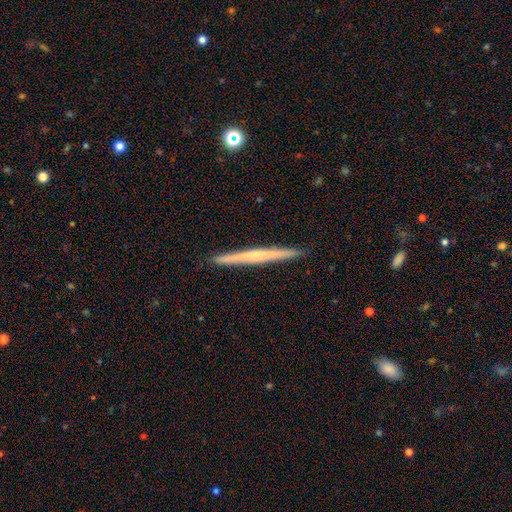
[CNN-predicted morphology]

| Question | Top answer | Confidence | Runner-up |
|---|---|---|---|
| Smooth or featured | featured or disk | 58% | smooth (36%) |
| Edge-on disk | yes | 98% | no (2%) |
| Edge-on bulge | none | 59% | rounded (36%) |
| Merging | none | 92% | minor disturbance (6%) |